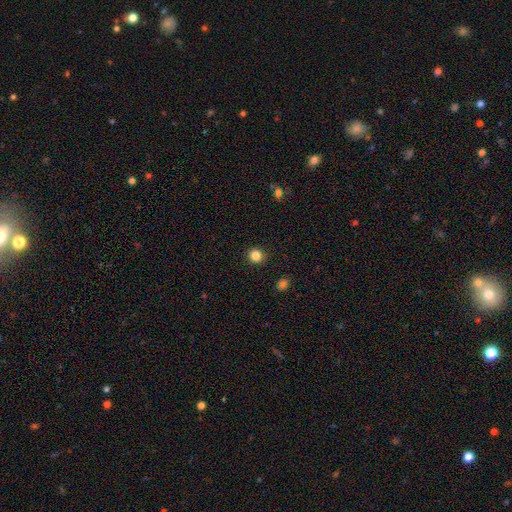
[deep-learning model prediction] Q: Smooth or featured?
A: smooth (84%); runner-up: star or artifact (12%)
Q: How rounded?
A: round (91%); runner-up: in between (8%)
Q: Merging?
A: none (91%); runner-up: minor disturbance (6%)